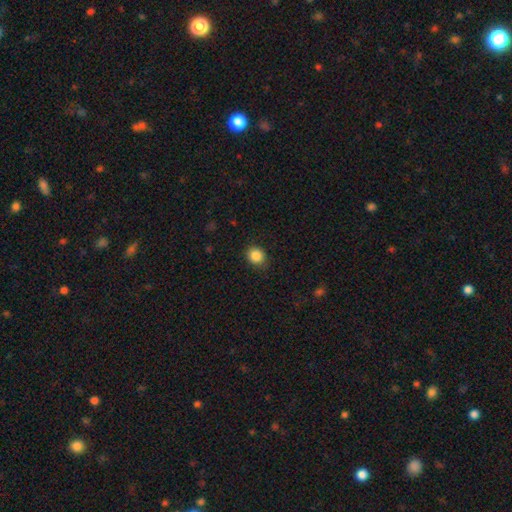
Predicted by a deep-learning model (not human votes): Smooth or featured: smooth — 86% (star or artifact — 10%)
How rounded: round — 79% (in between — 20%)
Merging: none — 87% (minor disturbance — 10%)